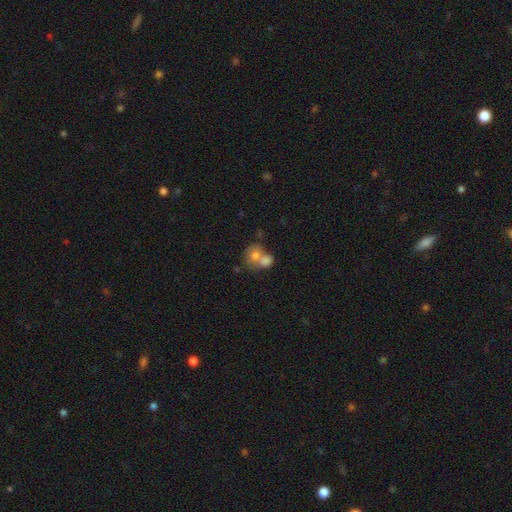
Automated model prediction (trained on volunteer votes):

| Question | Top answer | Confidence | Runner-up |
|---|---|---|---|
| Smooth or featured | smooth | 74% | featured or disk (17%) |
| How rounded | round | 60% | in between (39%) |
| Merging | merger | 64% | none (24%) |